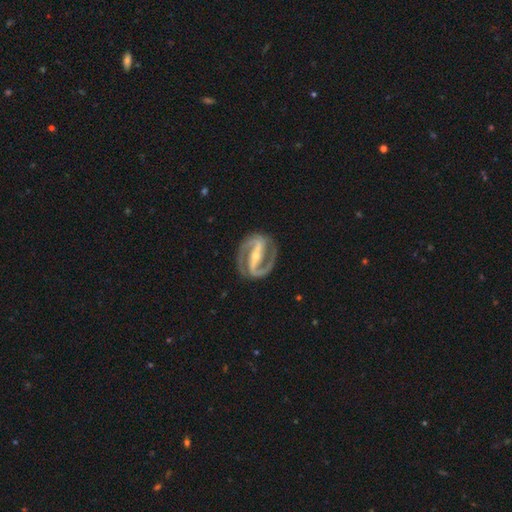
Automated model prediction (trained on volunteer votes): Smooth or featured?
  - featured or disk: 93% *
  - star or artifact: 3%
  - smooth: 3%
Edge-on disk?
  - no: 97% *
  - yes: 3%
Bar?
  - strong: 81% *
  - weak: 13%
  - no: 7%
Spiral arms?
  - yes: 97% *
  - no: 3%
Spiral winding?
  - medium: 51% *
  - tight: 38%
  - loose: 10%
Spiral arm count?
  - 2: 94% *
  - can't tell: 2%
  - 1: 1%
  - 3: 1%
  - 4: 1%
  - more than 4: 1%
Bulge size?
  - small: 62% *
  - moderate: 34%
  - large: 2%
  - none: 1%
  - dominant: 1%
Merging?
  - none: 86% *
  - minor disturbance: 9%
  - major disturbance: 4%
  - merger: 1%